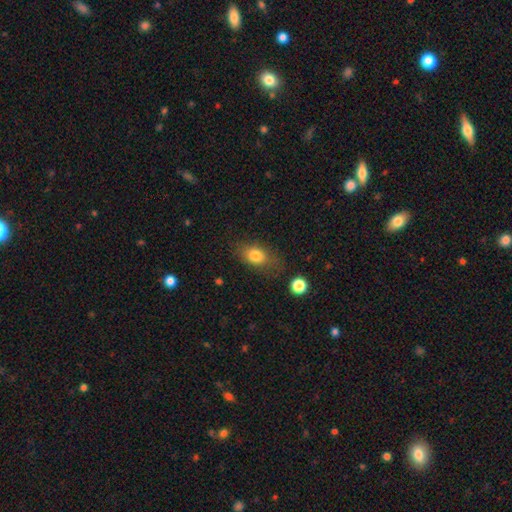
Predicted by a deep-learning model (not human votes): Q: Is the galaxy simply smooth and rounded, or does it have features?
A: smooth — 80%.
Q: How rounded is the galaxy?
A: in between — 77%.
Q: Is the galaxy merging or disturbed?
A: none — 71%.